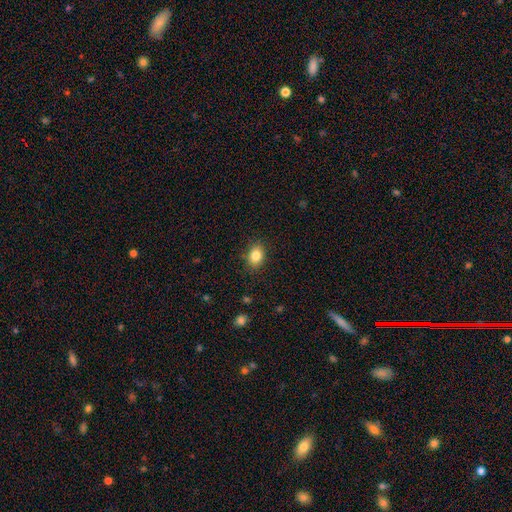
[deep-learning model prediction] Overall: smooth (84%). How rounded: in between (71%). Merging: none (87%).